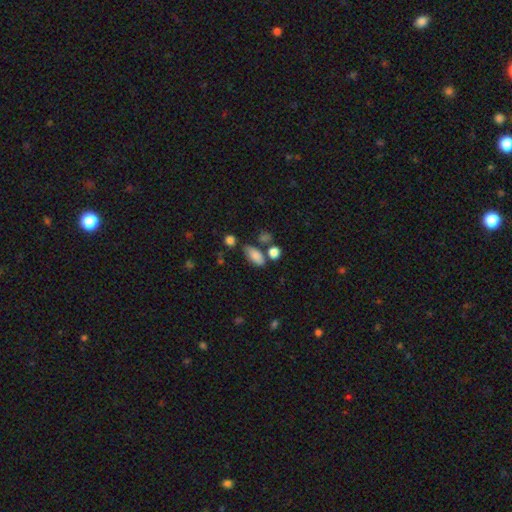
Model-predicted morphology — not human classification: smooth 83%, star or artifact 9%, featured or disk 8%. Down the decision tree: how rounded — in between (88%); merging — none (62%).